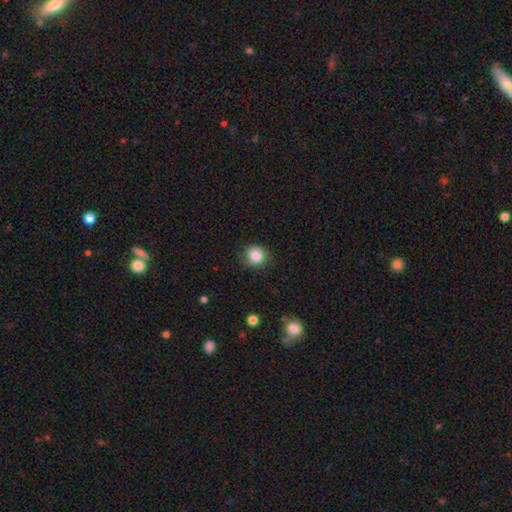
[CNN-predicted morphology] type=smooth (86%); roundness=round (81%); merging=none (84%).